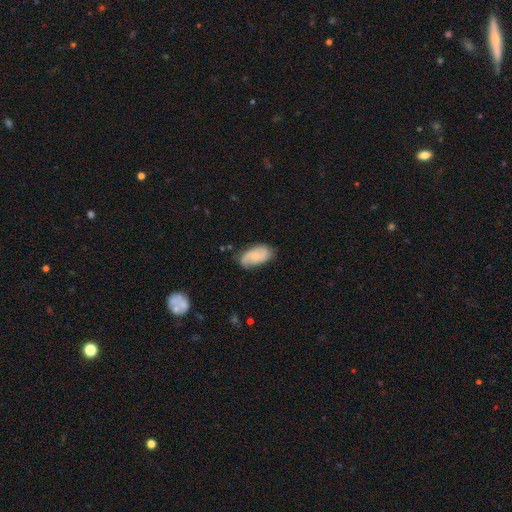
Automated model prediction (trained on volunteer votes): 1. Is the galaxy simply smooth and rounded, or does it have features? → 52% featured or disk, 41% smooth, 7% star or artifact.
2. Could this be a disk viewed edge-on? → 95% no, 5% yes.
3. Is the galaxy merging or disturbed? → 66% none, 25% minor disturbance, 7% major disturbance, 2% merger.